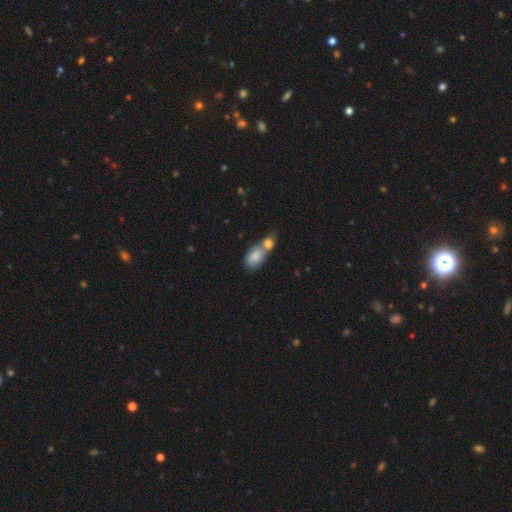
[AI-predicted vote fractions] Smooth or featured? smooth (81%)
How rounded? in between (84%)
Merging? merger (65%)